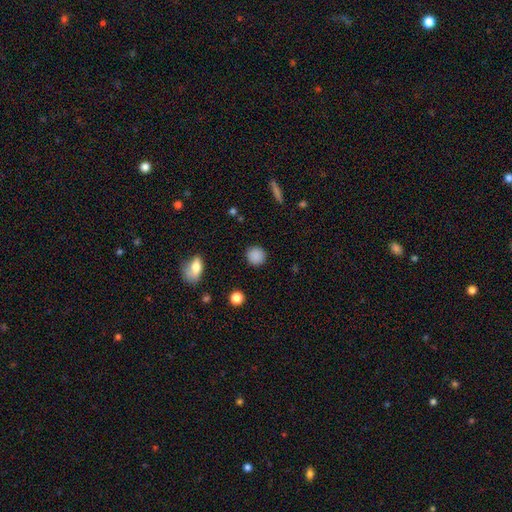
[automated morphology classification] A smooth galaxy with no disk features (87%) that is round (91%). Merging: none (90%).